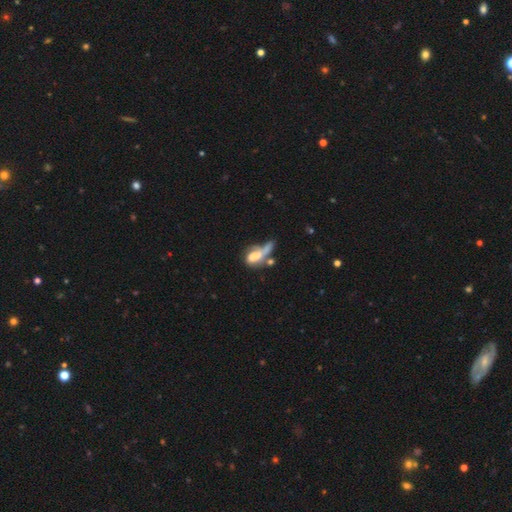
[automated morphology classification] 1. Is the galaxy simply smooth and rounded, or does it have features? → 48% smooth, 42% featured or disk, 10% star or artifact.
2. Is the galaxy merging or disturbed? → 37% merger, 30% major disturbance, 18% none, 14% minor disturbance.